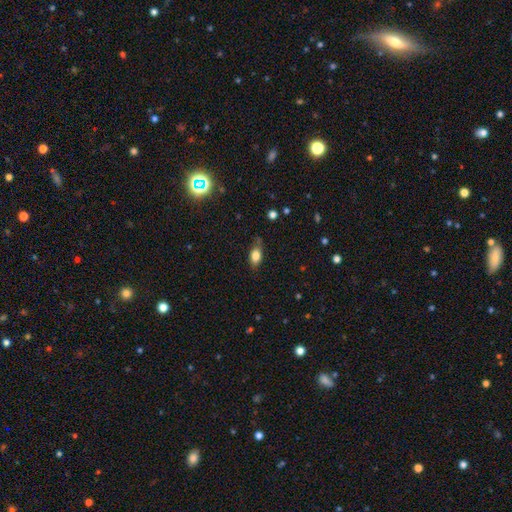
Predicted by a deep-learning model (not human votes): This appears to be a smooth galaxy with no disk features (81%) that is in between round and cigar-shaped (84%). Merging: none (70%).